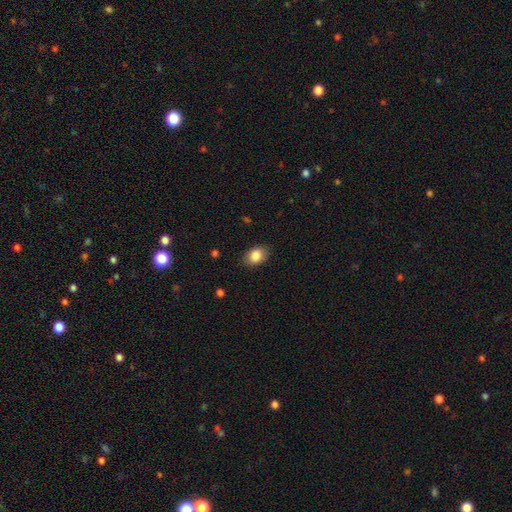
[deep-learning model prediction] Overall: smooth (85%). How rounded: in between (77%). Merging: none (83%).